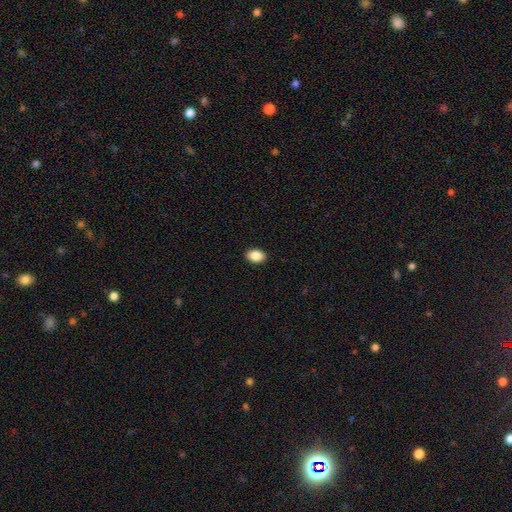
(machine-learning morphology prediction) Smooth or featured? smooth (88%)
How rounded? in between (85%)
Merging? none (90%)